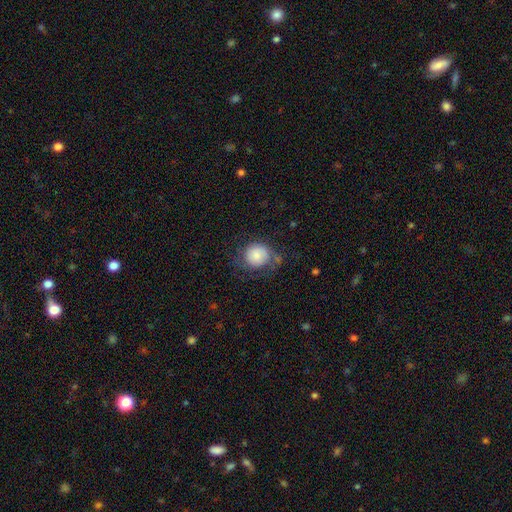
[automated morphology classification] This appears to be a smooth galaxy with no disk features (67%) that is round (83%). Merging: none (51%).